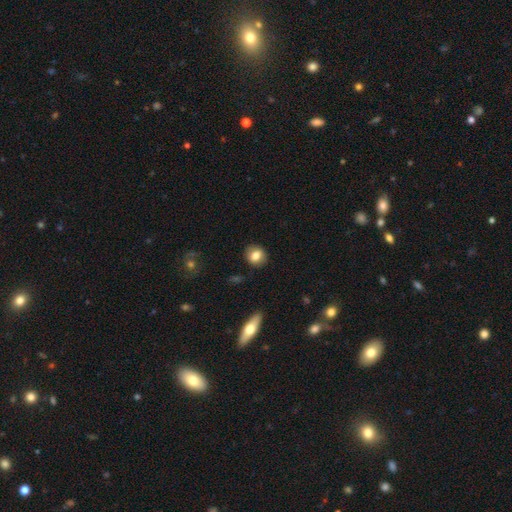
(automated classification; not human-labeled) Morphology: type=smooth (80%); roundness=round (76%); merging=none (87%).